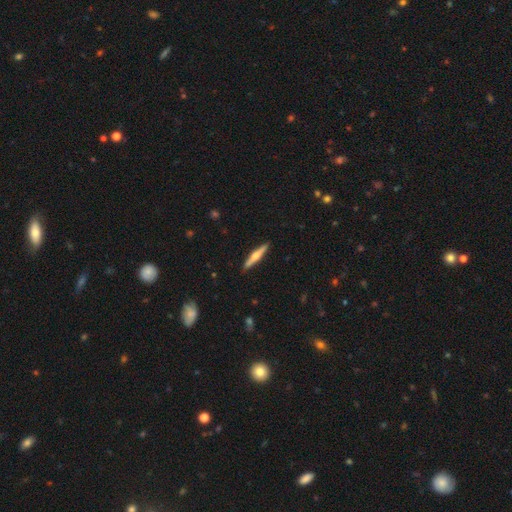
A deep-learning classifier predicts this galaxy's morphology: Smooth or featured?
  - featured or disk: 59% *
  - smooth: 36%
  - star or artifact: 5%
Edge-on disk?
  - yes: 97% *
  - no: 3%
Edge-on bulge?
  - rounded: 88% *
  - none: 7%
  - boxy: 5%
Merging?
  - none: 91% *
  - minor disturbance: 6%
  - major disturbance: 1%
  - merger: 1%